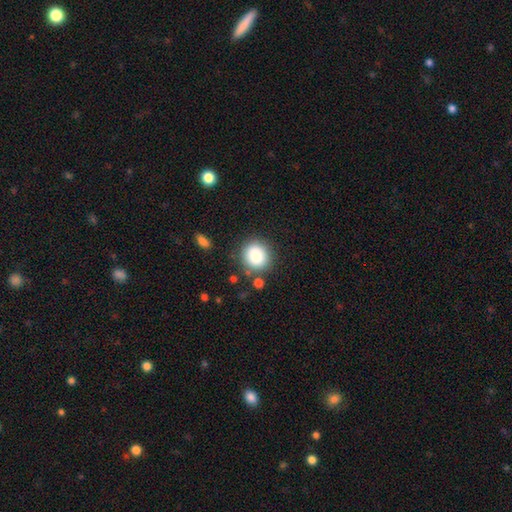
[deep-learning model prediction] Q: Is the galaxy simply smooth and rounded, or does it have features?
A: smooth — 86%.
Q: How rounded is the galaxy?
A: round — 82%.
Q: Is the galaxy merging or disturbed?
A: none — 81%.